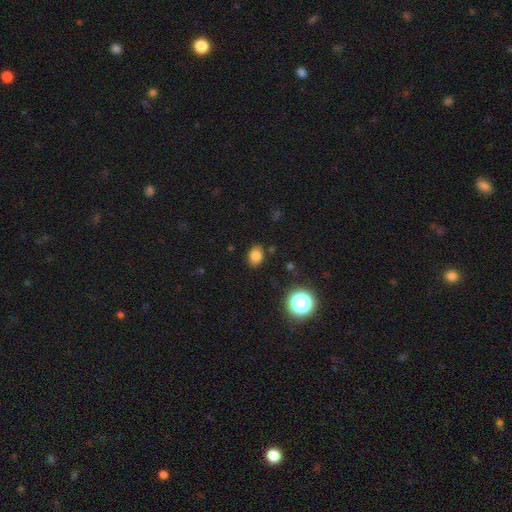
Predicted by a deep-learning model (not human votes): This is clearly a smooth galaxy (80%). How rounded: likely in between (66%). Merging: clearly none (84%).